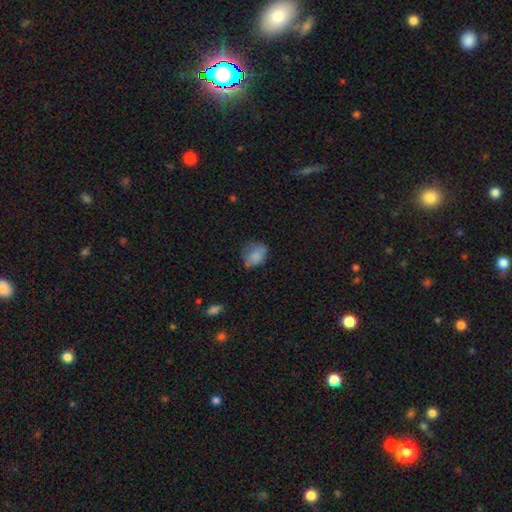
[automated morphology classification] This is likely a smooth galaxy (75%). How rounded: possibly in between (51%). Merging: possibly none (51%).